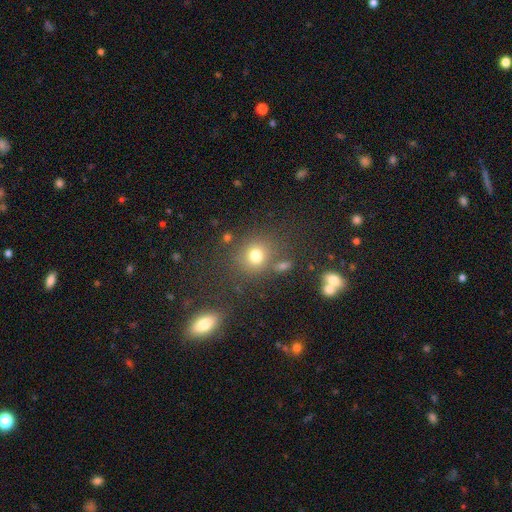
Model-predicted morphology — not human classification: Overall: smooth (75%). How rounded: round (77%). Merging: none (72%).